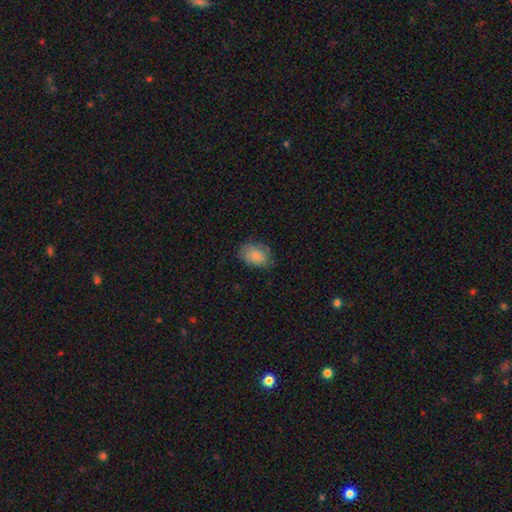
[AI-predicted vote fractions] This is clearly a smooth galaxy (81%). How rounded: likely in between (77%). Merging: likely none (69%).